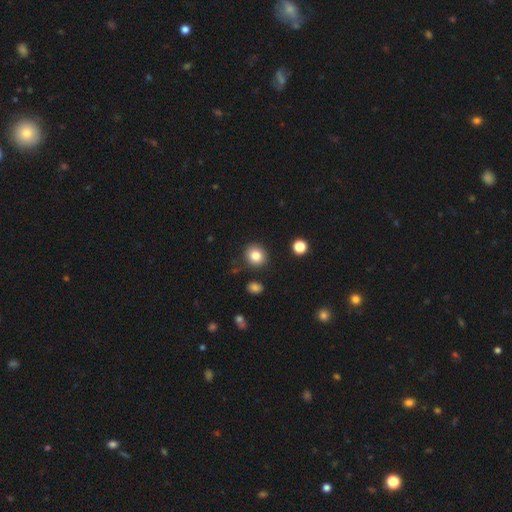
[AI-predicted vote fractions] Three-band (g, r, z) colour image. It shows a smooth galaxy with no disk features (82%) that is round (82%). Merging: none (87%).